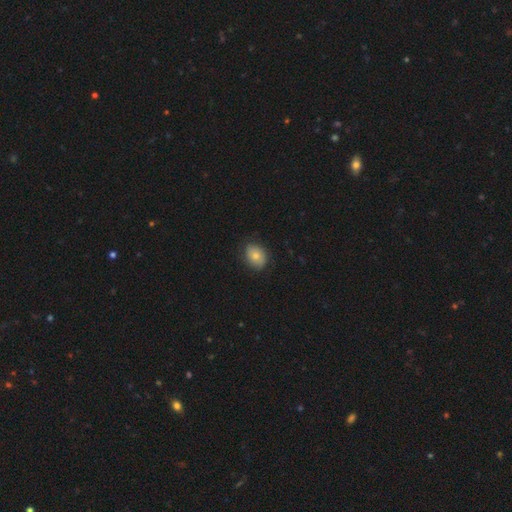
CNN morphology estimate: Smooth or featured? smooth (75%)
How rounded? in between (58%)
Merging? none (78%)